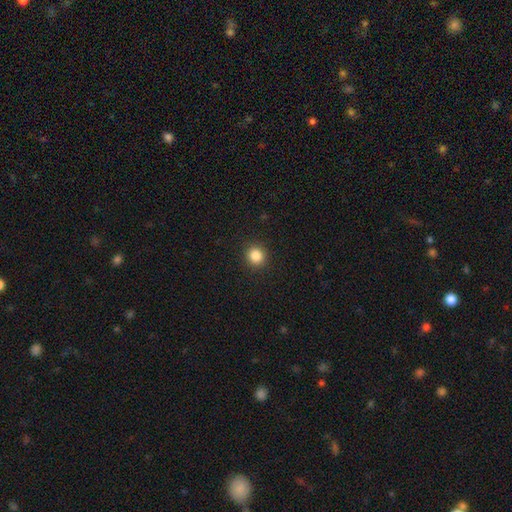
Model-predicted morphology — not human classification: Overall: smooth (85%). How rounded: round (89%). Merging: none (92%).